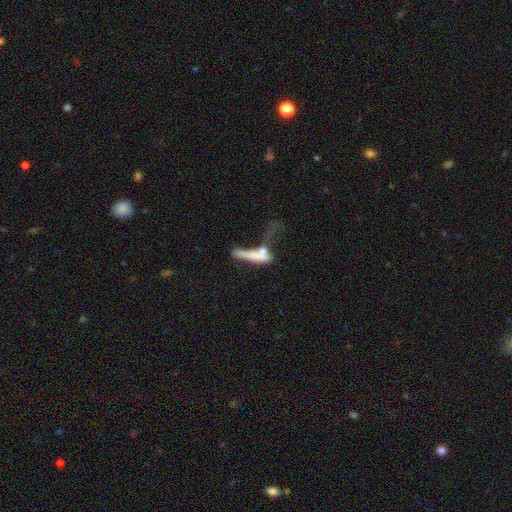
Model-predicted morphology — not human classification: type=smooth (57%); roundness=cigar-shaped (76%); merging=merger (37%).